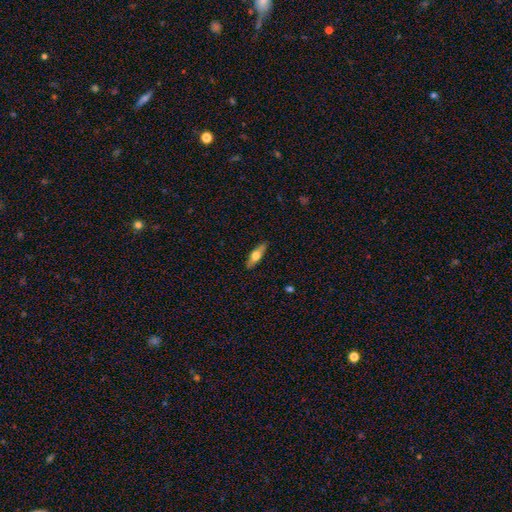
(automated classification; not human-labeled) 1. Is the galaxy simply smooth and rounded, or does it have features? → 52% smooth, 43% featured or disk, 6% star or artifact.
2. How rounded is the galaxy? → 51% cigar-shaped, 46% in between, 3% round.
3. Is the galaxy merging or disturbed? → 86% none, 10% minor disturbance, 2% major disturbance, 1% merger.